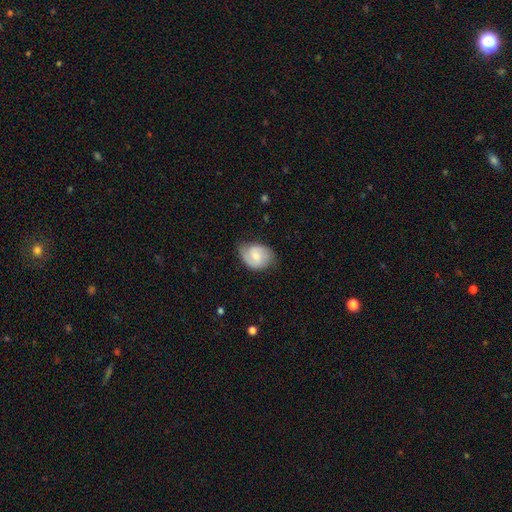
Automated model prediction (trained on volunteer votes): This appears to be a featured or disk galaxy (51%). Merging: none (66%).